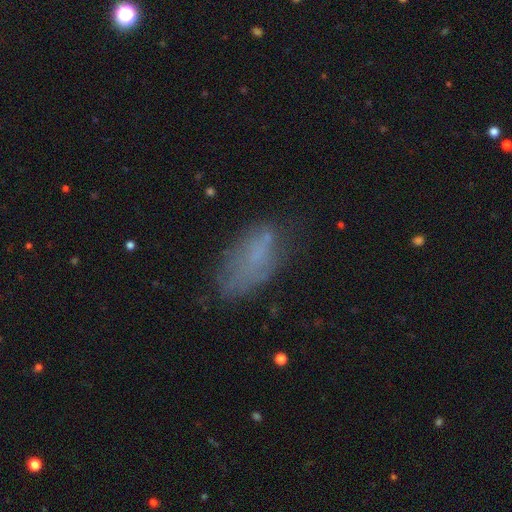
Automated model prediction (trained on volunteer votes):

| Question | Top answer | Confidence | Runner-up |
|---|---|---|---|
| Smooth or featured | smooth | 59% | featured or disk (25%) |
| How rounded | in between | 87% | cigar-shaped (9%) |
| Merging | none | 53% | minor disturbance (27%) |